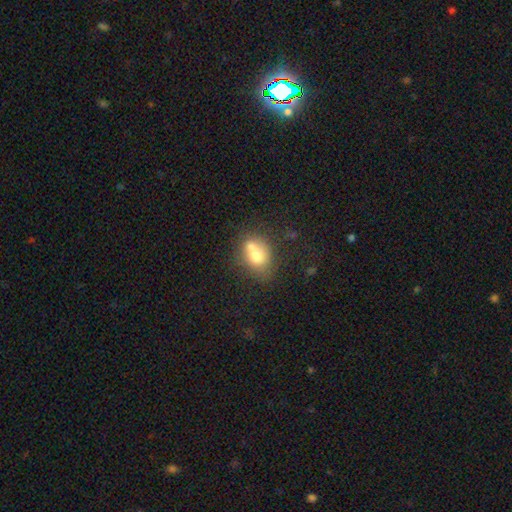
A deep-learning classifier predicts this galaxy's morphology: A smooth galaxy with no disk features (67%) that is round (55%). Merging: merger (50%).